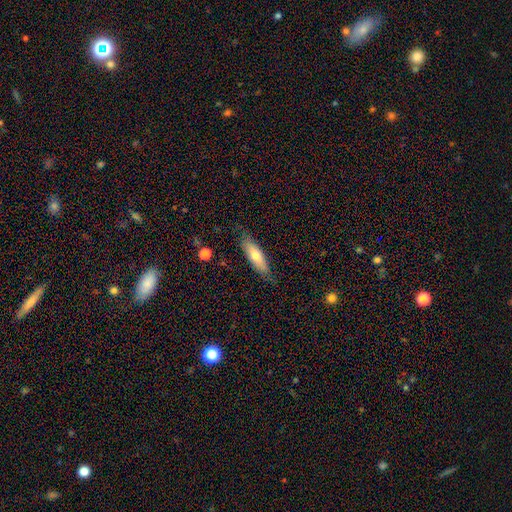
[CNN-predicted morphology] This is likely a smooth galaxy (66%). How rounded: possibly cigar-shaped (51%). Merging: likely none (79%).